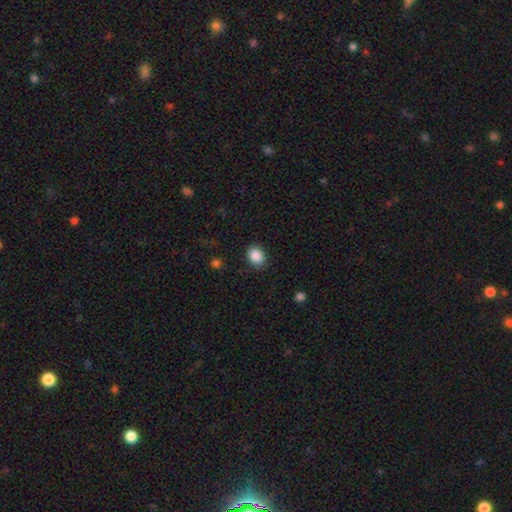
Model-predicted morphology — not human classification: type=smooth (89%); roundness=in between (58%); merging=none (85%).